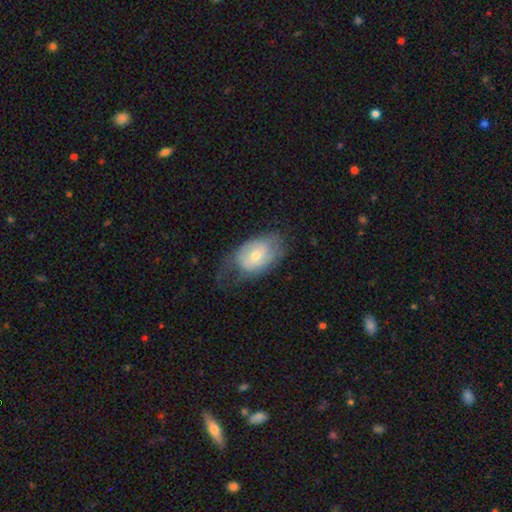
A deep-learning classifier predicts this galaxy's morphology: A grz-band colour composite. It shows a featured or disk galaxy (51%). Merging: none (46%).